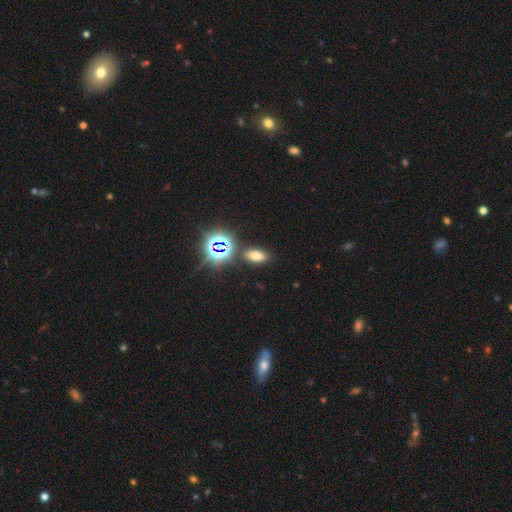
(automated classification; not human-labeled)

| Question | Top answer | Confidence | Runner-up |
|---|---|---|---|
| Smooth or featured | smooth | 61% | star or artifact (31%) |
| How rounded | in between | 82% | round (10%) |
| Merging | none | 84% | minor disturbance (8%) |